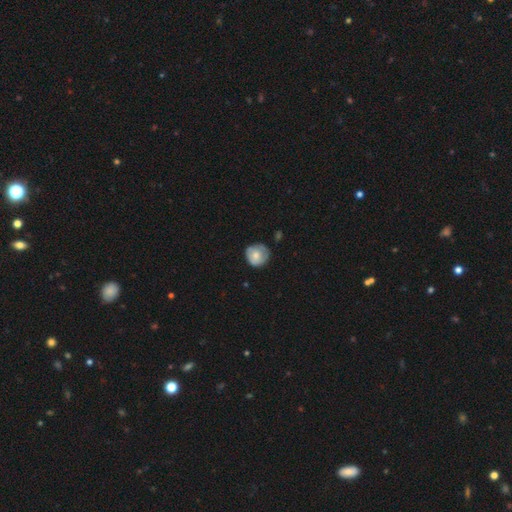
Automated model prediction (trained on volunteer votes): smooth-or-featured: smooth: 62% | featured or disk: 32% | star or artifact: 7%
  how-rounded: round: 87% | in between: 12% | cigar-shaped: 1%
  merging: none: 63% | minor disturbance: 28% | major disturbance: 7% | merger: 2%